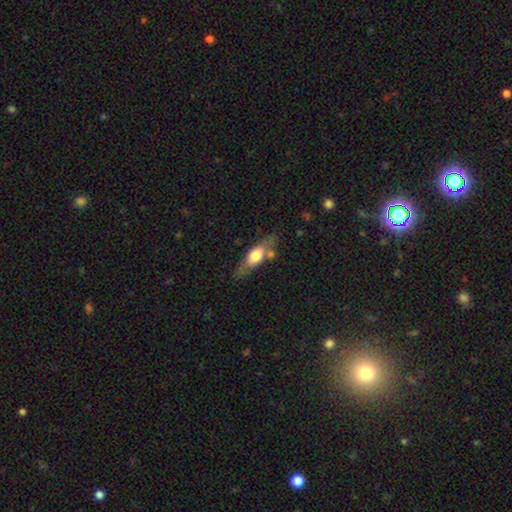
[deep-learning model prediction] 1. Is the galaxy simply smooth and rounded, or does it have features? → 51% smooth, 43% featured or disk, 6% star or artifact.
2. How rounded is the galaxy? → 51% in between, 45% cigar-shaped, 4% round.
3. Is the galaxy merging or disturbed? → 67% none, 18% minor disturbance, 9% merger, 6% major disturbance.